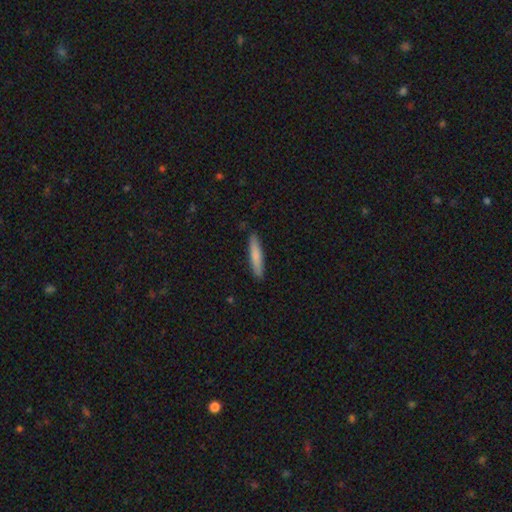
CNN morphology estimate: smooth 77%, featured or disk 17%, star or artifact 5%. Down the decision tree: how rounded — cigar-shaped (91%); merging — none (90%).